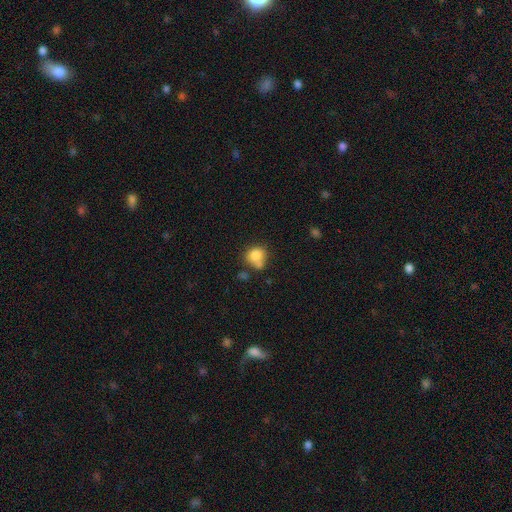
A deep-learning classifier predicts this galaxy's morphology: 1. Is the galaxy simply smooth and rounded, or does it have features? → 81% smooth, 10% star or artifact, 9% featured or disk.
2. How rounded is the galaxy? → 72% round, 27% in between, 1% cigar-shaped.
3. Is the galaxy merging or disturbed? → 47% none, 29% merger, 17% minor disturbance, 7% major disturbance.